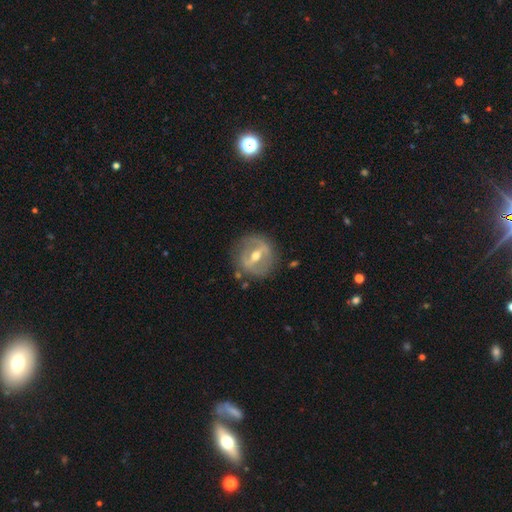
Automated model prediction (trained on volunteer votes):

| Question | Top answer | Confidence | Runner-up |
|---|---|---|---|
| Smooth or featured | featured or disk | 76% | smooth (18%) |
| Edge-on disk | no | 88% | yes (12%) |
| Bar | strong | 63% | weak (27%) |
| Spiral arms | no | 61% | yes (39%) |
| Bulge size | moderate | 73% | small (21%) |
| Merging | none | 81% | minor disturbance (12%) |